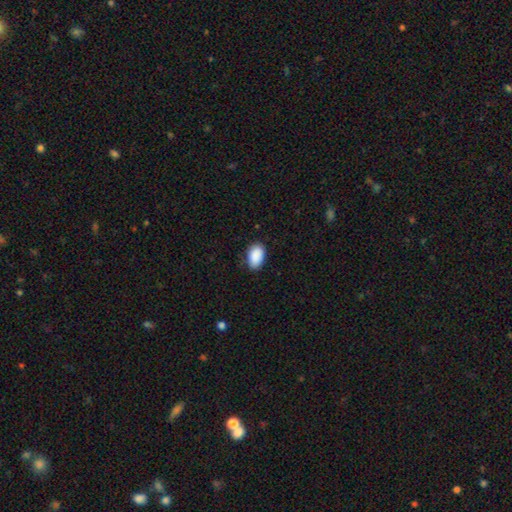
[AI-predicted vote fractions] Q: Smooth or featured?
A: smooth (90%); runner-up: star or artifact (7%)
Q: How rounded?
A: in between (93%); runner-up: round (6%)
Q: Merging?
A: none (82%); runner-up: minor disturbance (15%)